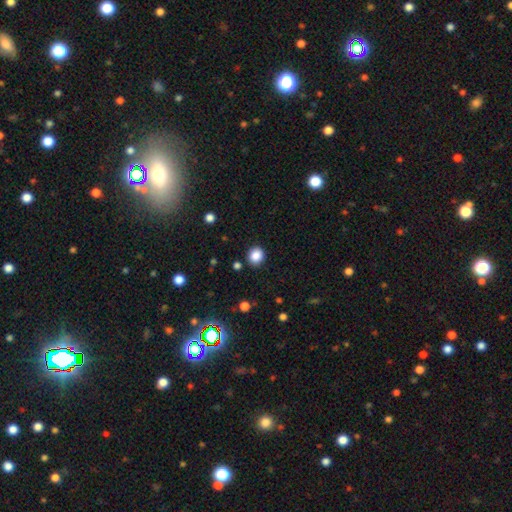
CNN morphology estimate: smooth_or_featured: smooth (p=0.86) [alt: star or artifact p=0.10]
how_rounded: round (p=0.80) [alt: in between p=0.19]
merging: none (p=0.89) [alt: minor disturbance p=0.07]